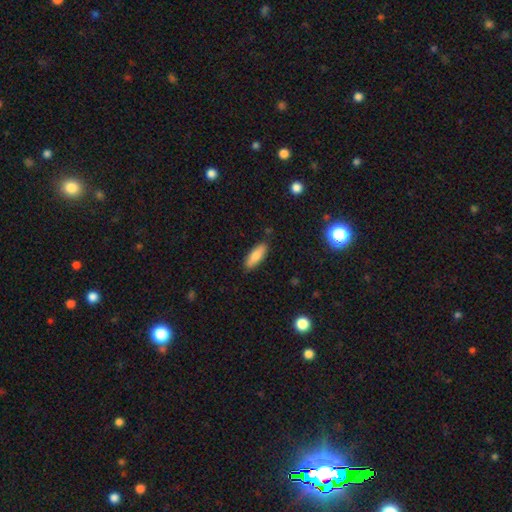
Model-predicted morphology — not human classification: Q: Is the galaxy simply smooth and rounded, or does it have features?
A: smooth — 81%.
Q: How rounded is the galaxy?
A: in between — 64%.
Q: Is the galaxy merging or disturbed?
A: none — 84%.